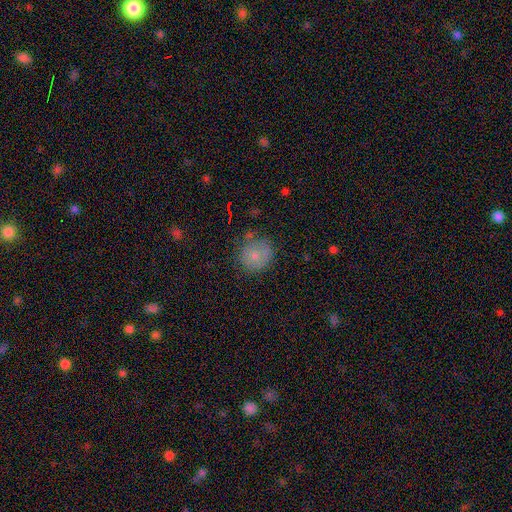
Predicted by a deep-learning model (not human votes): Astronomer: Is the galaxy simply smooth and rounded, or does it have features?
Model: smooth — 72%.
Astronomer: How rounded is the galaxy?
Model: round — 86%.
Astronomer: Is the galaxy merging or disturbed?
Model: none — 70%.